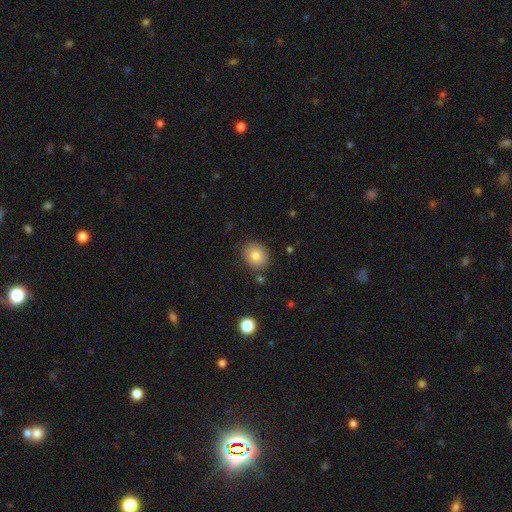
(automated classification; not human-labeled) Morphology: type=smooth (81%); roundness=round (60%); merging=none (83%).